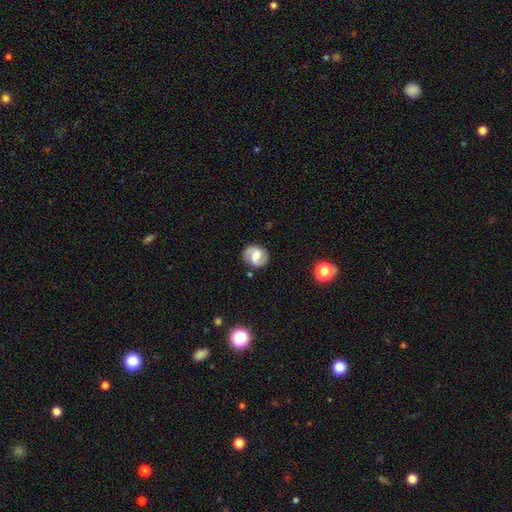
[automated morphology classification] smooth_or_featured: featured or disk (p=0.71) [alt: smooth p=0.22]
disk_edge_on: no (p=0.98) [alt: yes p=0.02]
bar: weak (p=0.52) [alt: no p=0.26]
has_spiral_arms: yes (p=0.93) [alt: no p=0.07]
spiral_winding: medium (p=0.49) [alt: tight p=0.28]
spiral_arm_count: 2 (p=0.90) [alt: can't tell p=0.04]
bulge_size: moderate (p=0.50) [alt: small p=0.25]
merging: none (p=0.83) [alt: minor disturbance p=0.12]